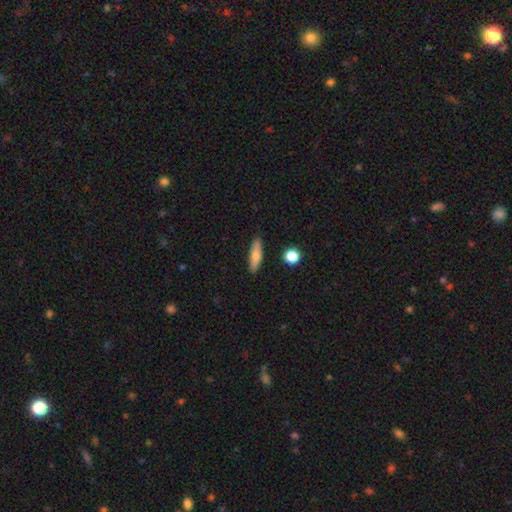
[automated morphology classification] Overall: smooth (71%). How rounded: cigar-shaped (61%; in between 35%). Merging: none (88%).